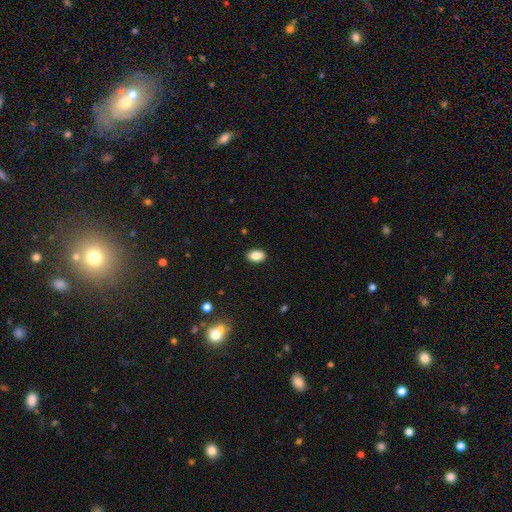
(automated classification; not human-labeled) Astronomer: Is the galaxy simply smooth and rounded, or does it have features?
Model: smooth — 84%.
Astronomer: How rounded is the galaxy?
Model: in between — 87%.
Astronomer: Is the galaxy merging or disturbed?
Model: none — 89%.